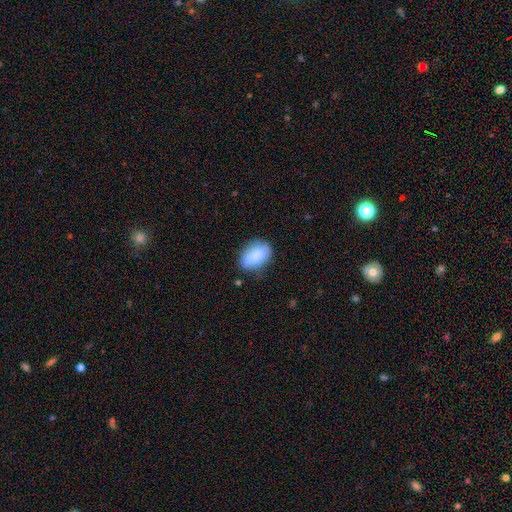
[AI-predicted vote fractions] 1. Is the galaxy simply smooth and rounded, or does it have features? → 81% smooth, 12% featured or disk, 7% star or artifact.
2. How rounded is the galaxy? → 88% in between, 10% round, 2% cigar-shaped.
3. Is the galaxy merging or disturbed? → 69% none, 23% minor disturbance, 5% major disturbance, 2% merger.